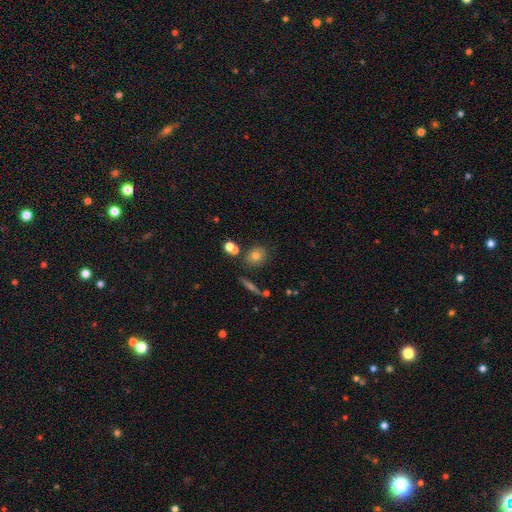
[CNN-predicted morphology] smooth 72%, featured or disk 14%, star or artifact 14%. Down the decision tree: how rounded — round (63%); merging — none (72%).